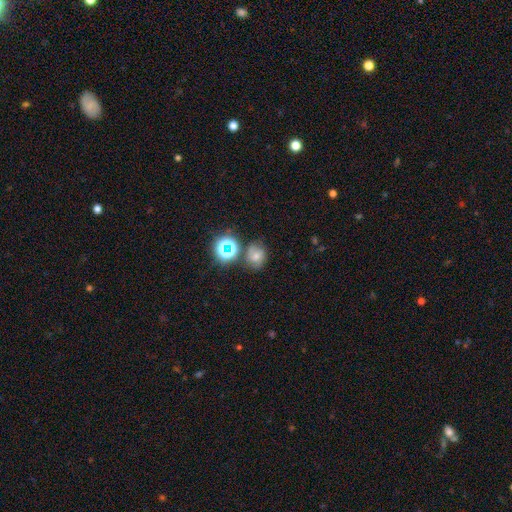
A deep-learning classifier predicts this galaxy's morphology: The model was most divided on "smooth or featured": smooth: 52%, star or artifact: 25%, featured or disk: 23%. More confident: how rounded — round (67%); merging — none (64%).